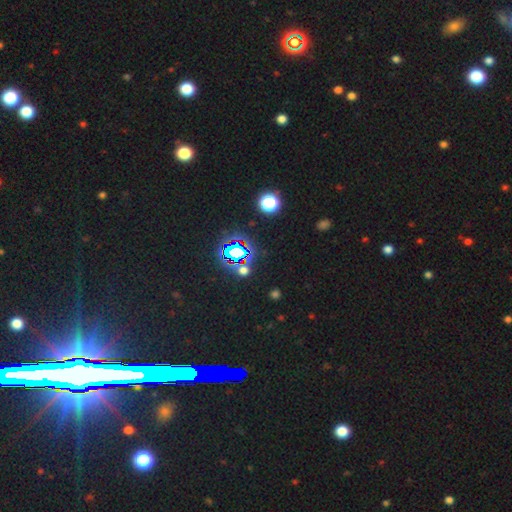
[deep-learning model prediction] A star or artifact, not a galaxy (78%).